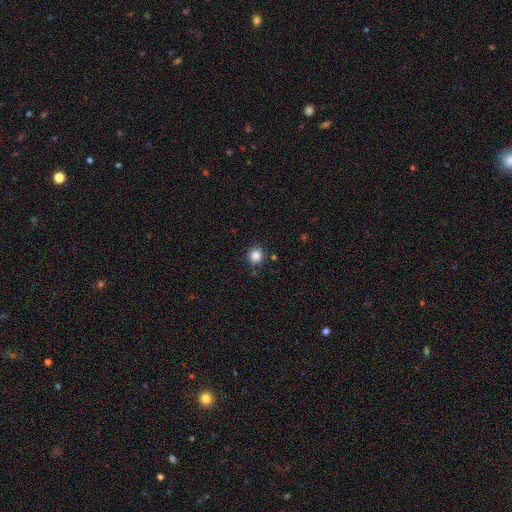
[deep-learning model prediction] Q: Smooth or featured?
A: smooth (85%); runner-up: star or artifact (11%)
Q: How rounded?
A: round (90%); runner-up: in between (9%)
Q: Merging?
A: none (86%); runner-up: minor disturbance (8%)